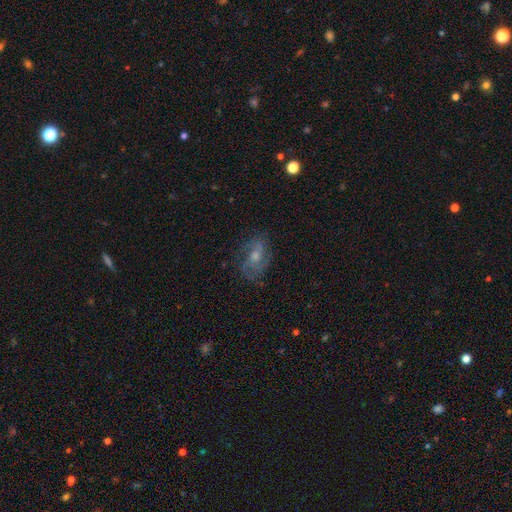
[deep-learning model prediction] A featured or disk galaxy (67%) with no bar (56%), medium (46%) spiral arms (89%) and a moderate central bulge (54%). Merging: none (72%).